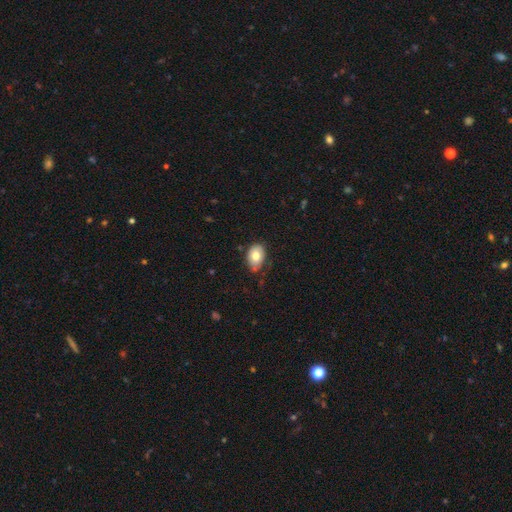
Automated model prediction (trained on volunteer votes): smooth-or-featured: smooth: 75% | featured or disk: 18% | star or artifact: 8%
  how-rounded: in between: 81% | round: 18% | cigar-shaped: 1%
  merging: none: 68% | minor disturbance: 25% | major disturbance: 5% | merger: 2%